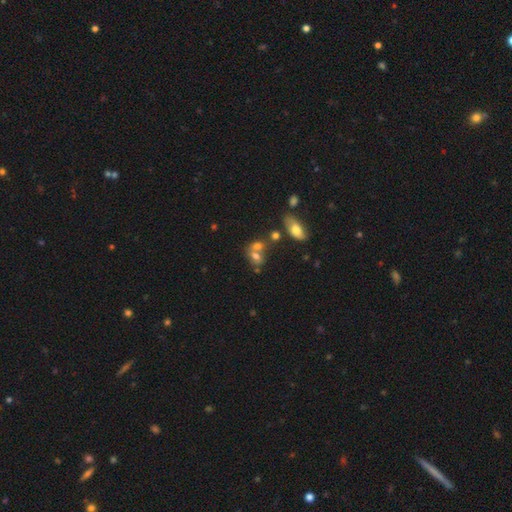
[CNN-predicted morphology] A smooth galaxy with no disk features (50%) that is in between round and cigar-shaped (51%).

Vote fractions:
- Smooth or featured? smooth: 50% / star or artifact: 26% / featured or disk: 24%
- How rounded? in between: 51% / round: 42% / cigar-shaped: 7%
- Merging? none: 45% / merger: 37% / minor disturbance: 11% / major disturbance: 6%